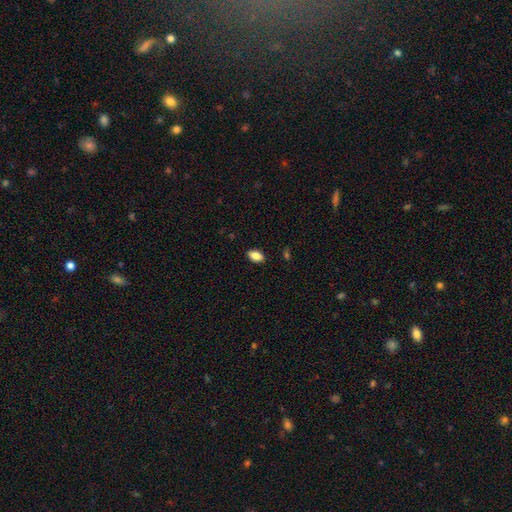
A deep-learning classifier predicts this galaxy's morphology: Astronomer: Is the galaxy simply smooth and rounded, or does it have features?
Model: smooth — 85%.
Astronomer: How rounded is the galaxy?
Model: in between — 90%.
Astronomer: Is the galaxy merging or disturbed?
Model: none — 89%.